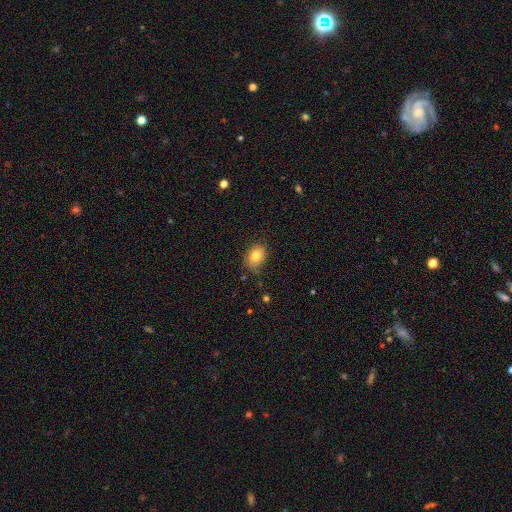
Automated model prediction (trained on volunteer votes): This appears to be a smooth galaxy with no disk features (81%) that is in between round and cigar-shaped (69%). Merging: none (76%).